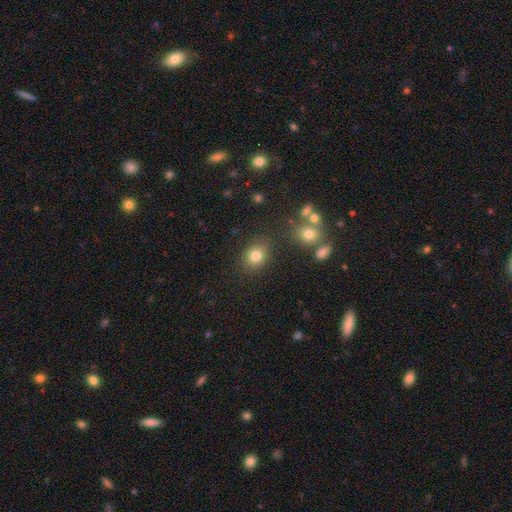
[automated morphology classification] type=smooth (80%); roundness=round (52%); merging=none (82%).